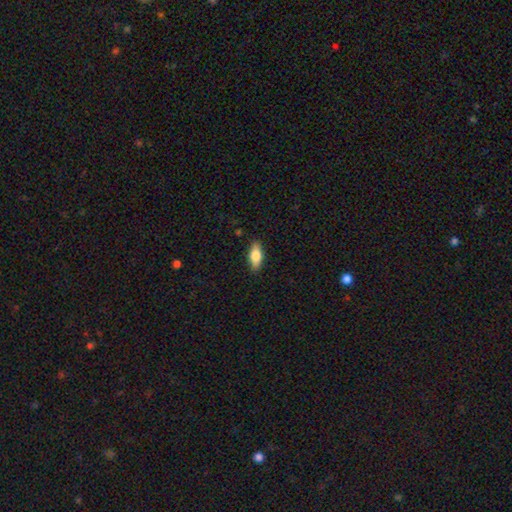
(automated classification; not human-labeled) Smooth or featured? smooth (76%)
How rounded? in between (81%)
Merging? none (87%)